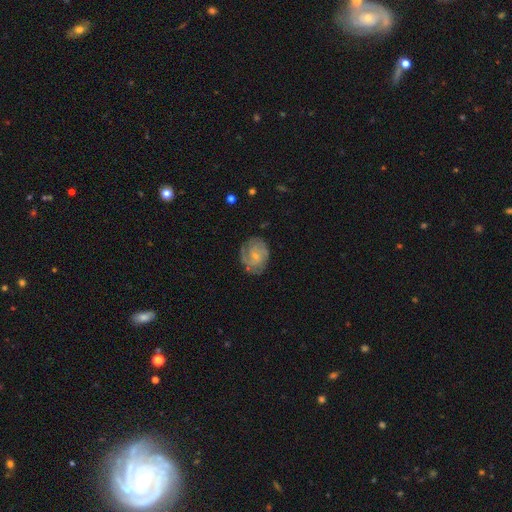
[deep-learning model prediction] Q: Smooth or featured?
A: featured or disk (76%); runner-up: smooth (18%)
Q: Edge-on disk?
A: no (98%); runner-up: yes (2%)
Q: Bar?
A: no (57%); runner-up: weak (37%)
Q: Spiral arms?
A: yes (93%); runner-up: no (7%)
Q: Spiral winding?
A: tight (55%); runner-up: medium (35%)
Q: Spiral arm count?
A: 2 (42%); runner-up: can't tell (26%)
Q: Bulge size?
A: small (70%); runner-up: moderate (19%)
Q: Merging?
A: none (72%); runner-up: minor disturbance (19%)